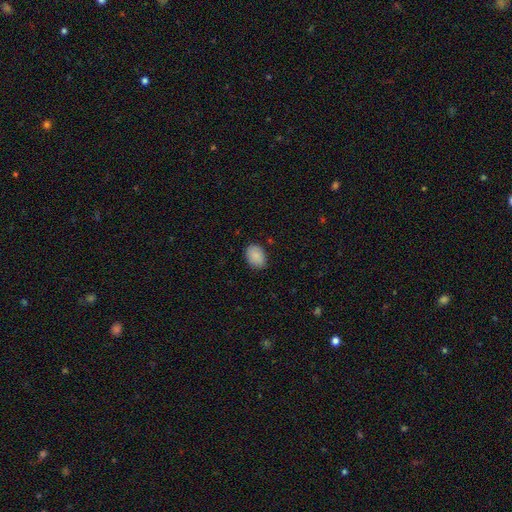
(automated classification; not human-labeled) Morphology: type=smooth (89%); roundness=in between (77%); merging=none (84%).